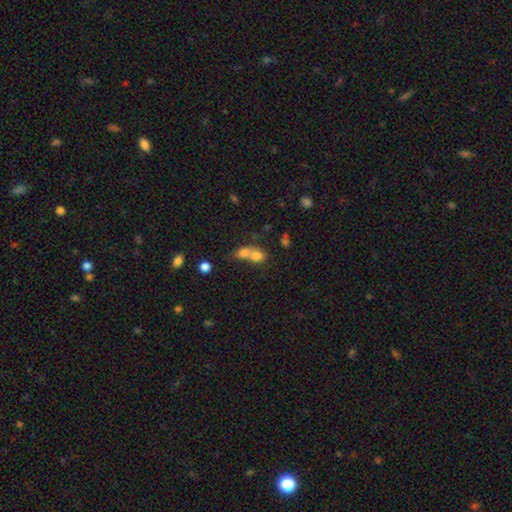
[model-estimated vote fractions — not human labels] Smooth or featured? Predicted: smooth (p=0.73). How rounded? Predicted: in between (p=0.54). Merging? Predicted: merger (p=0.72).